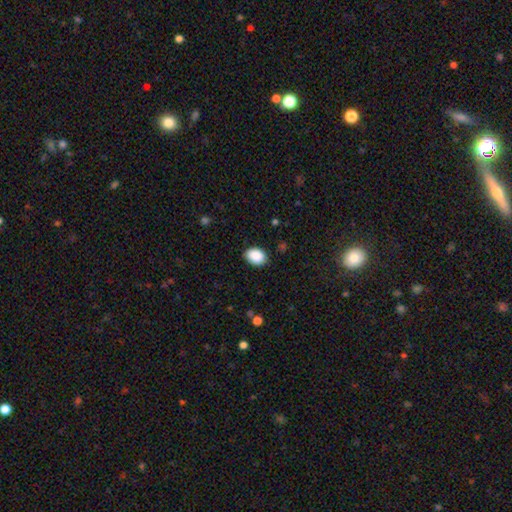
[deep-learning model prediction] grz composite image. It shows a smooth galaxy with no disk features (90%) that is in between round and cigar-shaped (75%). Merging: none (86%).